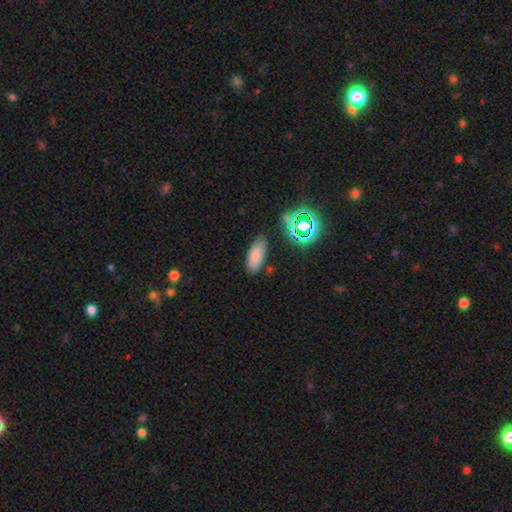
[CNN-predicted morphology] A smooth galaxy with no disk features (78%) that is in between round and cigar-shaped (85%).

Vote fractions:
- Smooth or featured? smooth: 78% / star or artifact: 14% / featured or disk: 8%
- How rounded? in between: 85% / cigar-shaped: 12% / round: 3%
- Merging? none: 80% / minor disturbance: 13% / major disturbance: 4% / merger: 3%